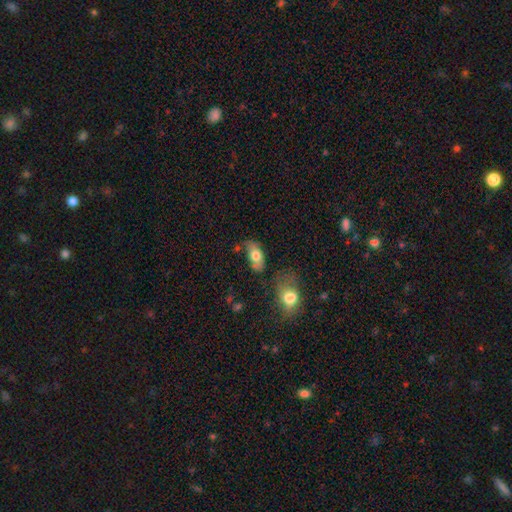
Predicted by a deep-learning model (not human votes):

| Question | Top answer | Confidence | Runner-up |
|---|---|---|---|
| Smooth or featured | smooth | 71% | featured or disk (21%) |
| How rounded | in between | 89% | round (6%) |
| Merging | none | 47% | minor disturbance (27%) |